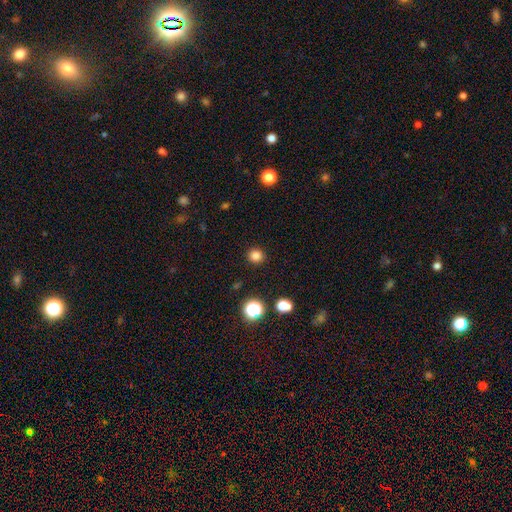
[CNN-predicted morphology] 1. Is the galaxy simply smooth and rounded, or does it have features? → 82% smooth, 14% star or artifact, 4% featured or disk.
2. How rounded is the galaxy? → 90% round, 9% in between, 1% cigar-shaped.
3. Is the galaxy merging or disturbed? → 91% none, 5% minor disturbance, 2% major disturbance, 1% merger.